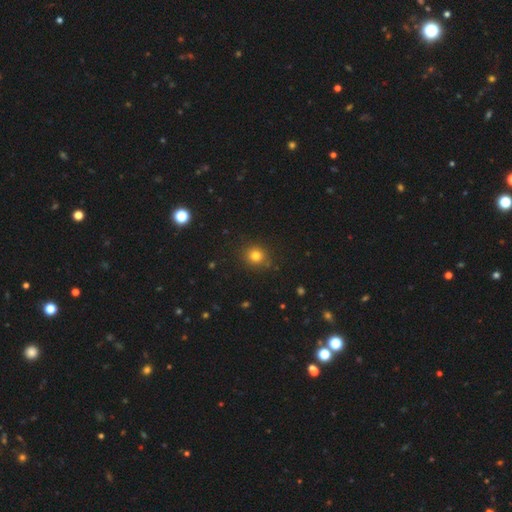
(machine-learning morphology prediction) type=smooth (80%); roundness=round (82%); merging=none (85%).